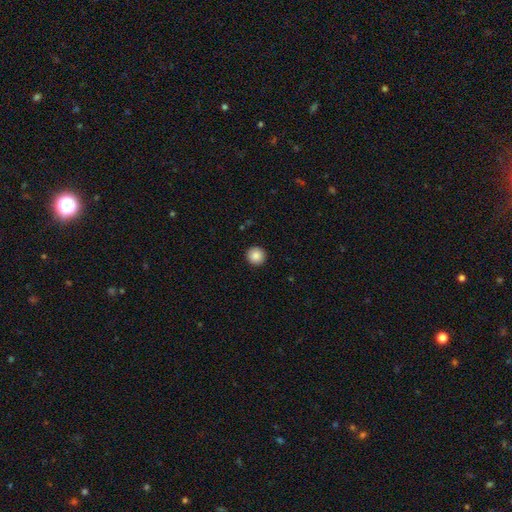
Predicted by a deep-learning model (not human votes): Smooth or featured: smooth — 87% (star or artifact — 8%)
How rounded: round — 95% (in between — 4%)
Merging: none — 93% (minor disturbance — 5%)